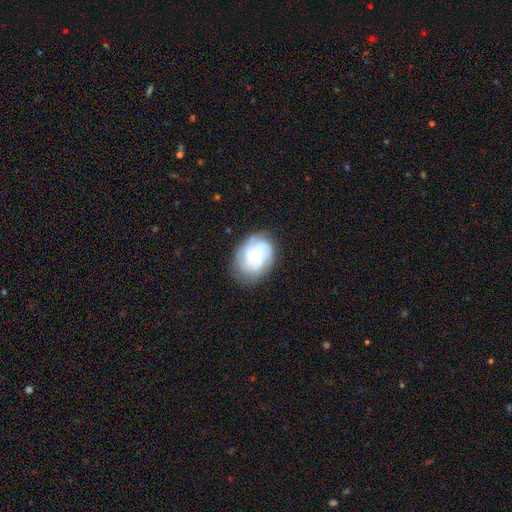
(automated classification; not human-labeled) Smooth or featured: featured or disk — 68% (smooth — 24%)
Edge-on disk: no — 98% (yes — 2%)
Bar: no — 75% (weak — 21%)
Spiral arms: yes — 89% (no — 11%)
Spiral winding: tight — 58% (medium — 31%)
Spiral arm count: can't tell — 37% (3 — 23%)
Bulge size: small — 64% (moderate — 25%)
Merging: none — 70% (minor disturbance — 19%)